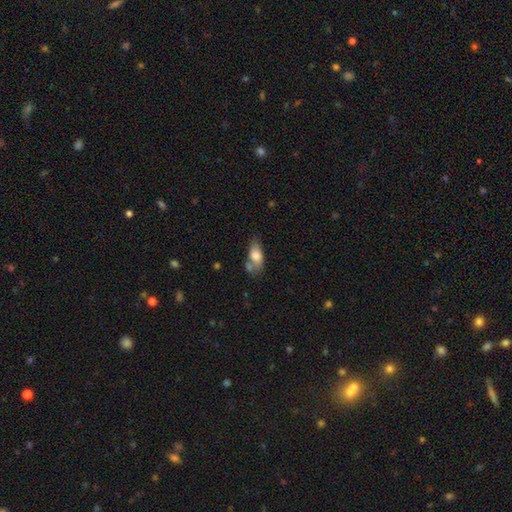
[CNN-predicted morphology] A smooth galaxy with no disk features (74%) that is in between round and cigar-shaped (85%).

Vote fractions:
- Smooth or featured? smooth: 74% / featured or disk: 19% / star or artifact: 7%
- How rounded? in between: 85% / cigar-shaped: 10% / round: 5%
- Merging? none: 47% / minor disturbance: 24% / merger: 21% / major disturbance: 8%